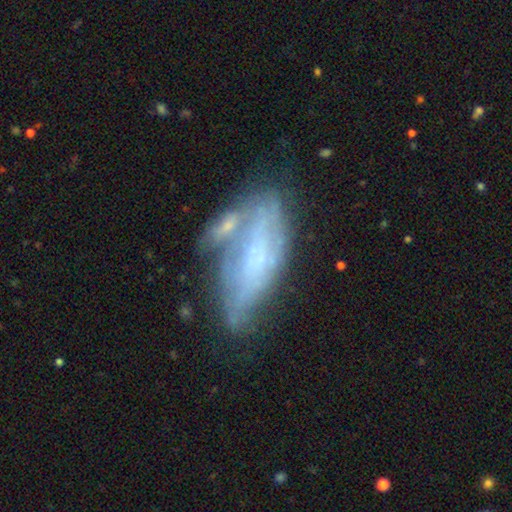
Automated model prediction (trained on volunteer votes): smooth-or-featured: featured or disk: 59% | smooth: 32% | star or artifact: 9%
  disk-edge-on: no: 80% | yes: 20%
  merging: none: 35% | minor disturbance: 24% | merger: 22% | major disturbance: 19%